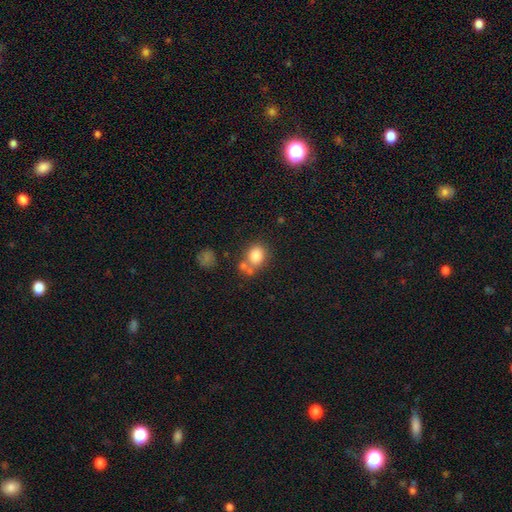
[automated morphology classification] Smooth or featured?
  - smooth: 82% *
  - star or artifact: 10%
  - featured or disk: 9%
How rounded?
  - round: 54% *
  - in between: 45%
  - cigar-shaped: 1%
Merging?
  - none: 52% *
  - merger: 28%
  - minor disturbance: 14%
  - major disturbance: 6%